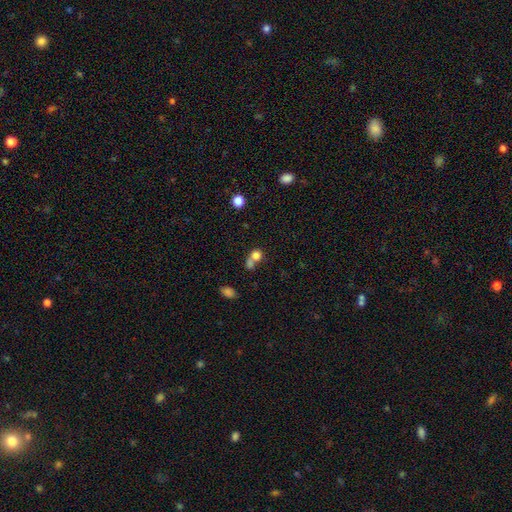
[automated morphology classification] smooth 76%, star or artifact 12%, featured or disk 11%. Down the decision tree: how rounded — round (71%); merging — merger (55%).